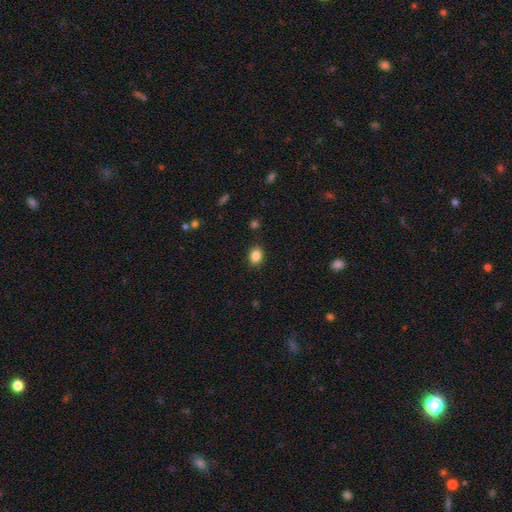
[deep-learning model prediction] The model was most divided on "how rounded": in between: 58%, round: 41%, cigar-shaped: 1%. More confident: merging — none (87%); smooth or featured — smooth (86%).